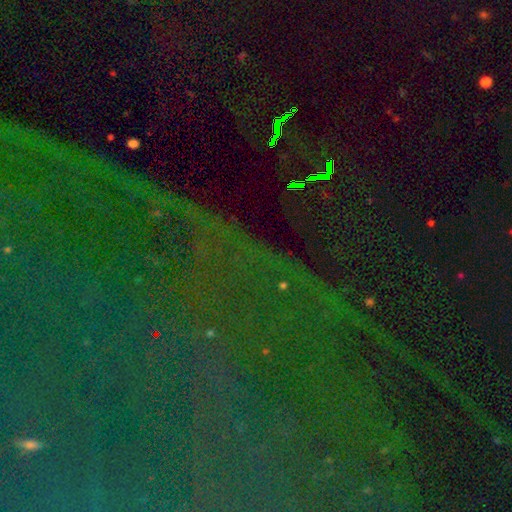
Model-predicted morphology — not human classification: star or artifact 86%, featured or disk 7%, smooth 7%.